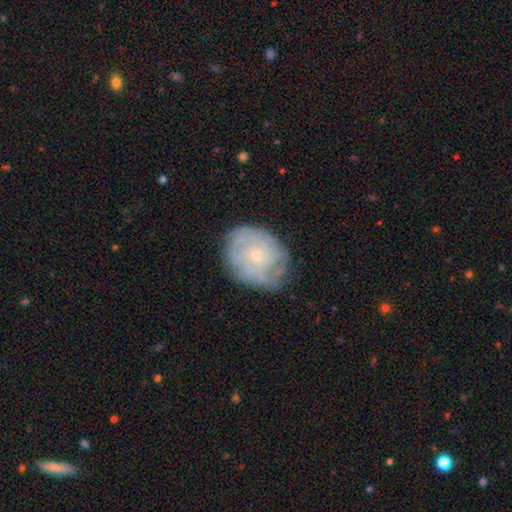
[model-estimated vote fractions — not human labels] Morphology: type=featured or disk (75%); edge-on=no (97%); bar=no (78%); spiral arms=yes (88%); winding=tight (74%); arm count=can't tell (49%); bulge=small (78%); merging=none (74%).